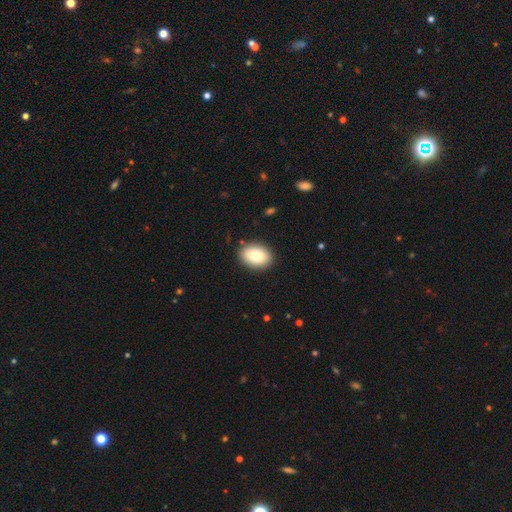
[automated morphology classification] This appears to be a smooth galaxy with no disk features (83%) that is in between round and cigar-shaped (81%). Merging: none (89%).